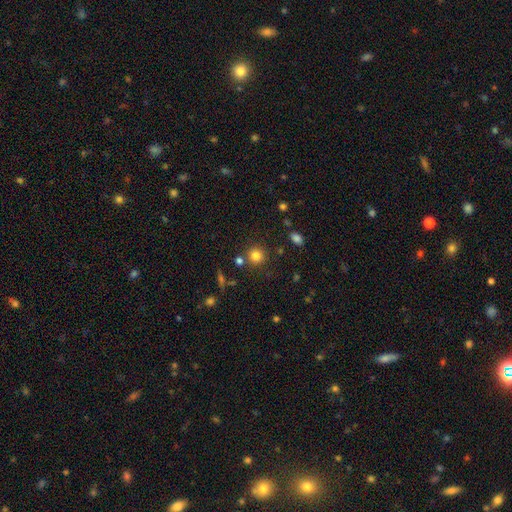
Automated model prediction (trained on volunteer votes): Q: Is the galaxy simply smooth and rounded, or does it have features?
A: smooth — 80%.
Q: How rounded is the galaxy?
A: round — 92%.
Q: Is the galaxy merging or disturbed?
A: none — 82%.